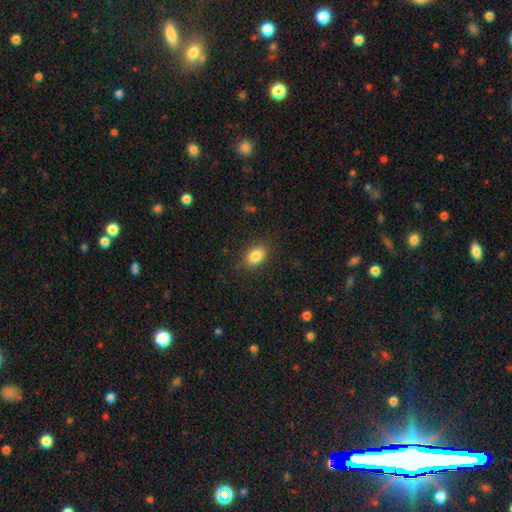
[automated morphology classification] A smooth galaxy with no disk features (85%) that is in between round and cigar-shaped (79%).

Vote fractions:
- Smooth or featured? smooth: 85% / star or artifact: 9% / featured or disk: 6%
- How rounded? in between: 79% / round: 20% / cigar-shaped: 1%
- Merging? none: 85% / minor disturbance: 11% / major disturbance: 3% / merger: 1%